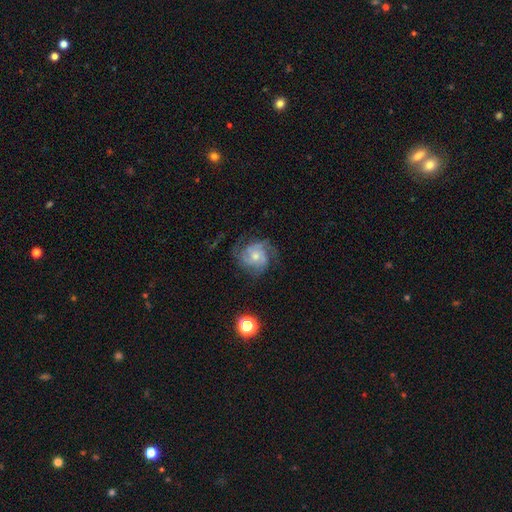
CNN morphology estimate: featured or disk 80%, smooth 13%, star or artifact 7%. Down the decision tree: edge-on disk — no (98%); bar — no (73%); spiral arms — yes (95%); spiral arm count — 3 (36%); spiral winding — tight (46%); bulge size — small (46%, tied with moderate); merging — none (65%).